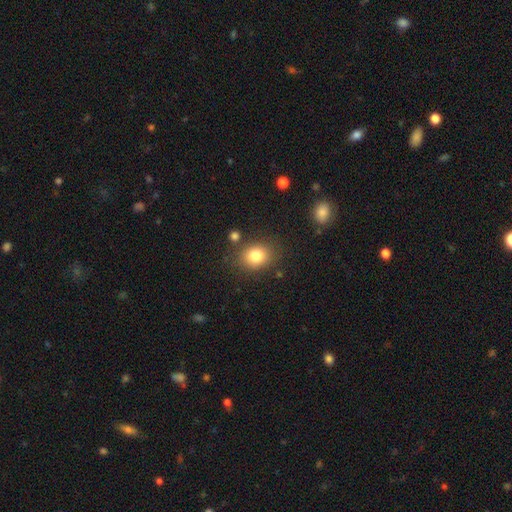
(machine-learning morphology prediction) Smooth or featured?
  - smooth: 81% *
  - star or artifact: 10%
  - featured or disk: 8%
How rounded?
  - round: 53% *
  - in between: 47%
  - cigar-shaped: 1%
Merging?
  - none: 80% *
  - minor disturbance: 11%
  - merger: 5%
  - major disturbance: 4%